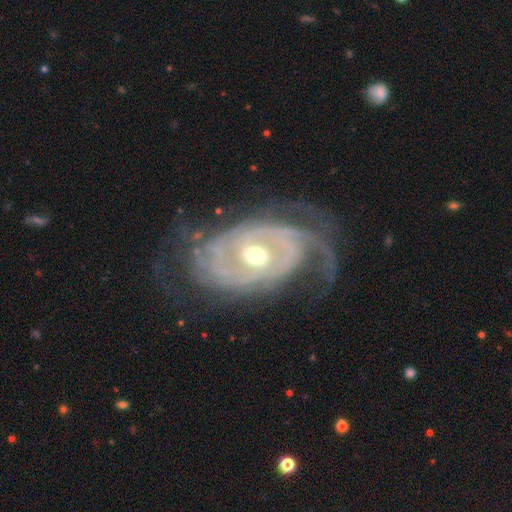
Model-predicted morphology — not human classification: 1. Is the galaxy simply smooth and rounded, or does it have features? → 90% featured or disk, 5% smooth, 5% star or artifact.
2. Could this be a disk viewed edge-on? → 95% no, 5% yes.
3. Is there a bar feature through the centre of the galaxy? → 57% no, 31% weak, 13% strong.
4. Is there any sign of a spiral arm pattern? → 94% yes, 6% no.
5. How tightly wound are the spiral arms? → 55% tight, 31% medium, 14% loose.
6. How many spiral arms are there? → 40% 2, 24% can't tell, 16% 3, 7% 4, 7% 1, 6% more than 4.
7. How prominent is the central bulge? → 71% moderate, 22% small, 5% large, 1% dominant, 1% none.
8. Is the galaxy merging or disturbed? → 58% none, 21% minor disturbance, 19% major disturbance, 2% merger.